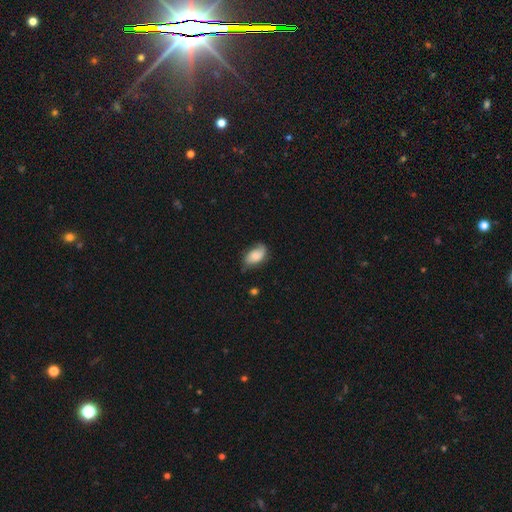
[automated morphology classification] smooth 58%, featured or disk 34%, star or artifact 8%. Down the decision tree: how rounded — in between (91%); merging — none (54%).